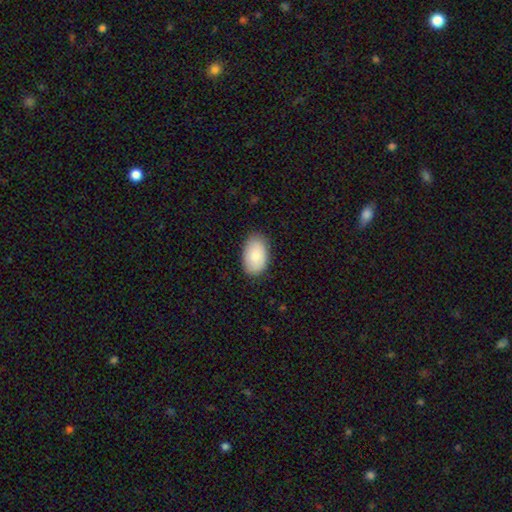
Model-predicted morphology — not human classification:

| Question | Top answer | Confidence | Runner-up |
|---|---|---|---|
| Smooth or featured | smooth | 84% | featured or disk (10%) |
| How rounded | in between | 93% | round (6%) |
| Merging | none | 84% | minor disturbance (13%) |